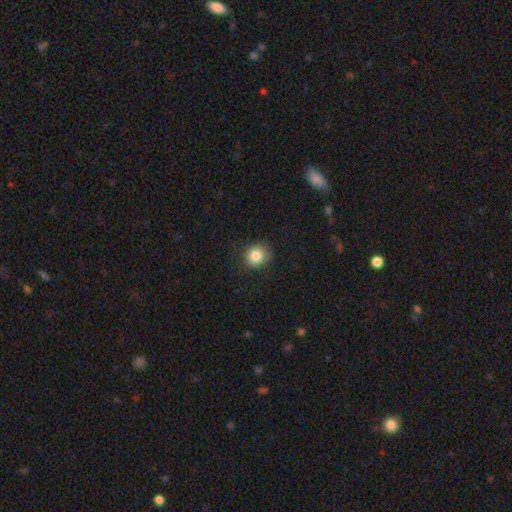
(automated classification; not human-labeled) Smooth or featured?
  - smooth: 84% *
  - star or artifact: 10%
  - featured or disk: 6%
How rounded?
  - round: 76% *
  - in between: 23%
  - cigar-shaped: 1%
Merging?
  - none: 81% *
  - minor disturbance: 14%
  - major disturbance: 4%
  - merger: 1%